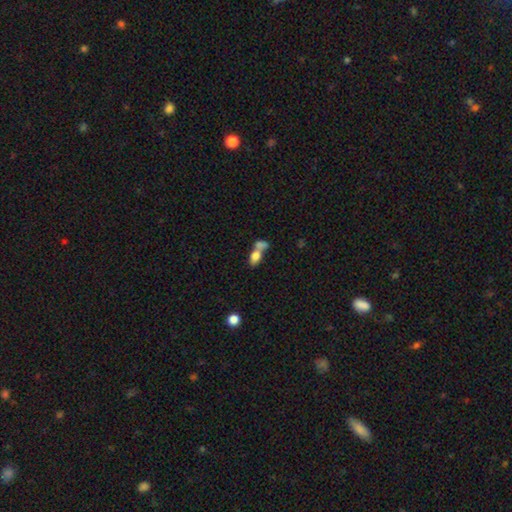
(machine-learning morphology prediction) type=smooth (77%); roundness=in between (83%); merging=merger (65%).